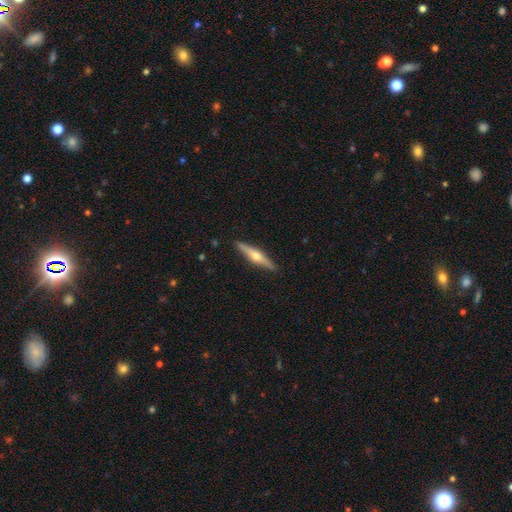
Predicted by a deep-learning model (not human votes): Q: Smooth or featured?
A: featured or disk (67%); runner-up: smooth (27%)
Q: Edge-on disk?
A: yes (97%); runner-up: no (3%)
Q: Edge-on bulge?
A: rounded (93%); runner-up: none (4%)
Q: Merging?
A: none (91%); runner-up: minor disturbance (7%)